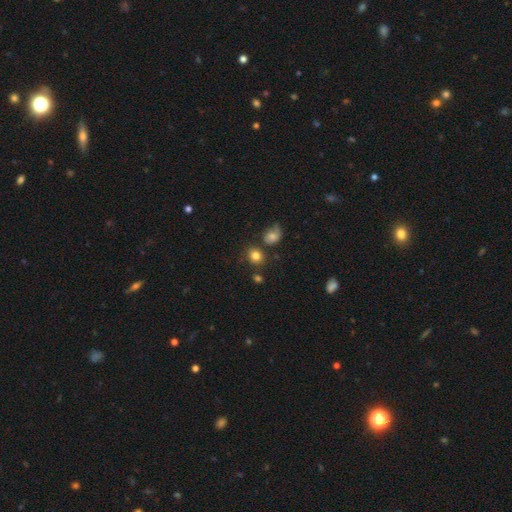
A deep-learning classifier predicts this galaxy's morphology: A smooth galaxy with no disk features (80%) that is round (78%). Merging: none (70%).